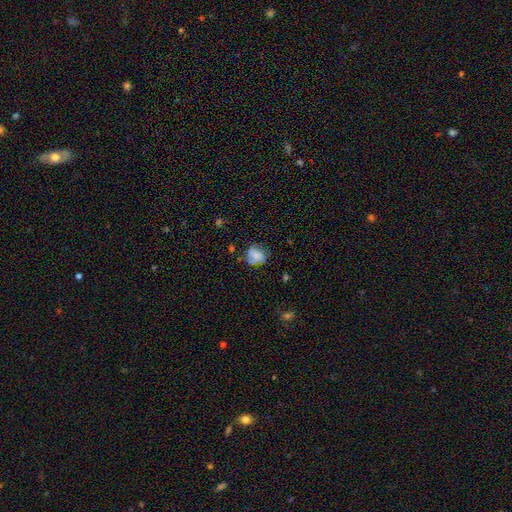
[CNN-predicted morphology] Smooth or featured? Predicted: smooth (p=0.62). How rounded? Predicted: in between (p=0.50). Merging? Predicted: none (p=0.51).